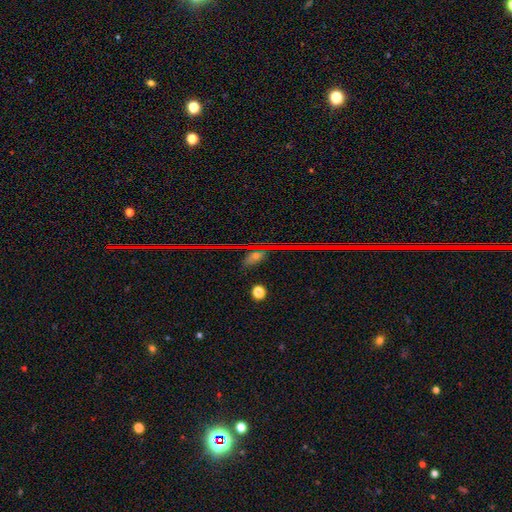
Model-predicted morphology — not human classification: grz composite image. It shows a star or artifact, not a galaxy (58%).